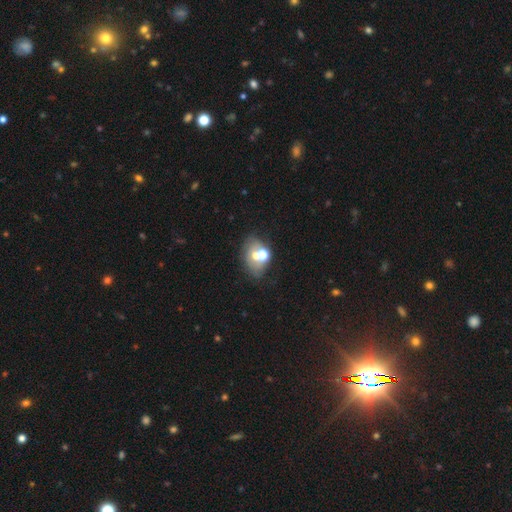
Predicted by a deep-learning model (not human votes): Smooth or featured?
  - smooth: 49% *
  - featured or disk: 35%
  - star or artifact: 15%
Merging?
  - none: 42% *
  - merger: 33%
  - minor disturbance: 15%
  - major disturbance: 10%